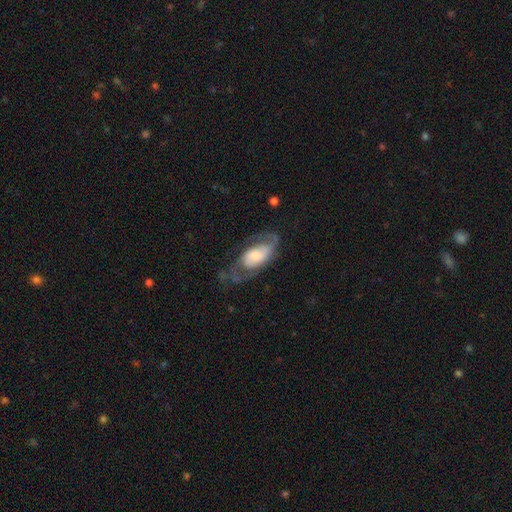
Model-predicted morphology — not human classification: A featured or disk galaxy (66%) with no bar (58%), 2 (73%) medium (45%) spiral arms (83%) and a moderate central bulge (37%). Merging: none (45%).